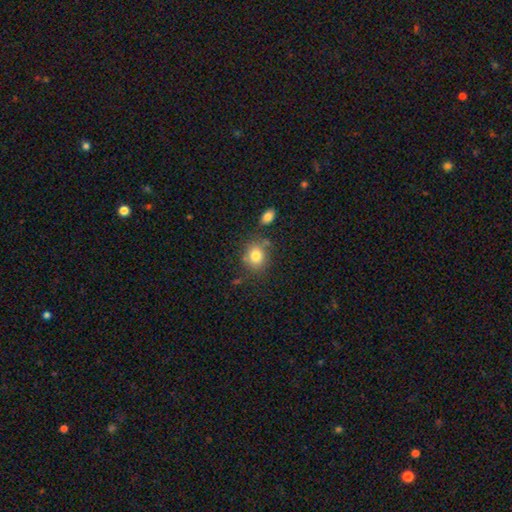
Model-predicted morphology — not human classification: A smooth galaxy with no disk features (81%) that is round (66%). Merging: none (73%).